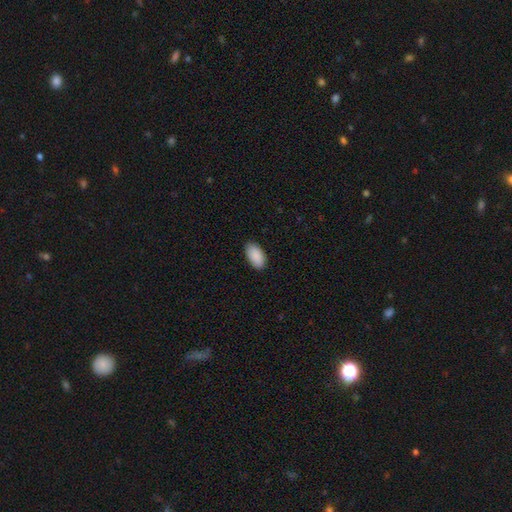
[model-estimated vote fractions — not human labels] A smooth galaxy with no disk features (91%) that is in between round and cigar-shaped (96%). Merging: none (88%).